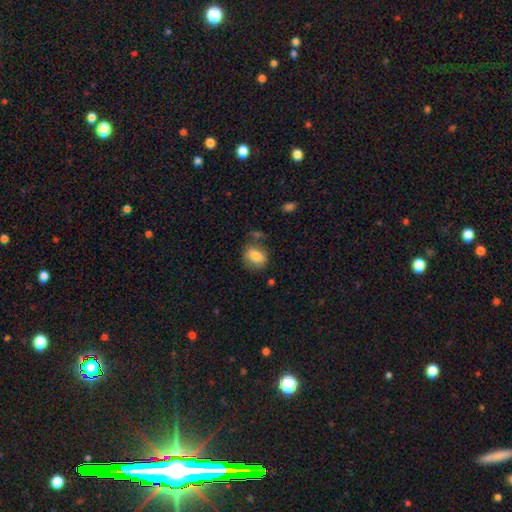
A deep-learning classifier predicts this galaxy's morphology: smooth 80%, featured or disk 12%, star or artifact 8%. Down the decision tree: how rounded — in between (53%); merging — none (66%).